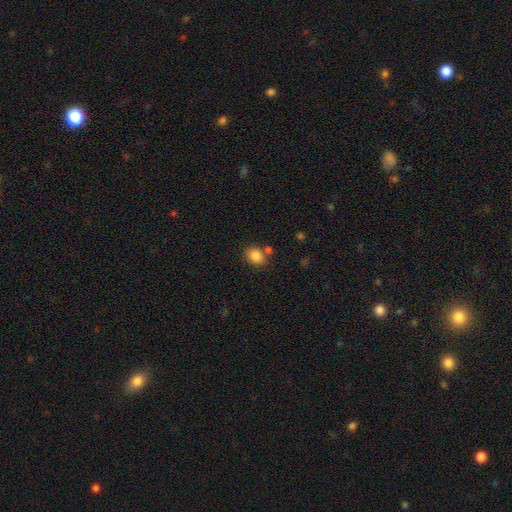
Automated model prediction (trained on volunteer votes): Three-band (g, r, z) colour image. It shows a smooth galaxy with no disk features (85%) that is round (58%). Merging: none (71%).